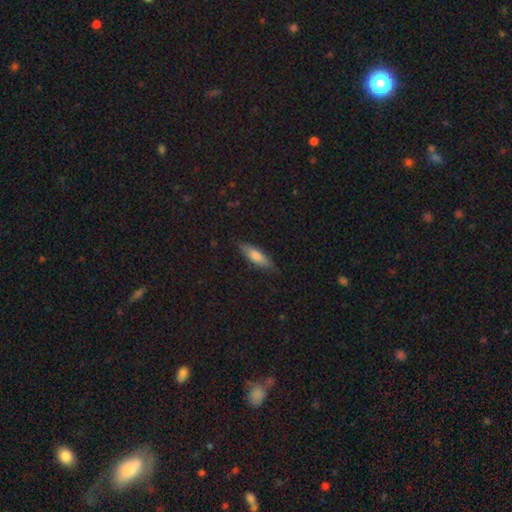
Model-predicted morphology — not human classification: Smooth or featured? Predicted: smooth (p=0.64). How rounded? Predicted: cigar-shaped (p=0.61). Merging? Predicted: none (p=0.84).